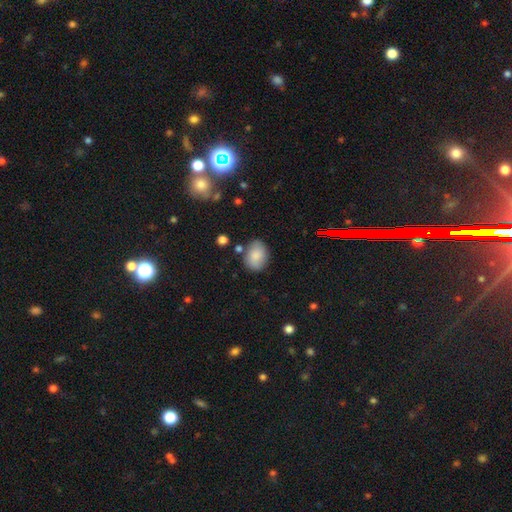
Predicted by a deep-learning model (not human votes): smooth-or-featured: smooth: 84% | featured or disk: 9% | star or artifact: 8%
  how-rounded: in between: 66% | round: 33% | cigar-shaped: 1%
  merging: none: 76% | minor disturbance: 16% | merger: 4% | major disturbance: 4%